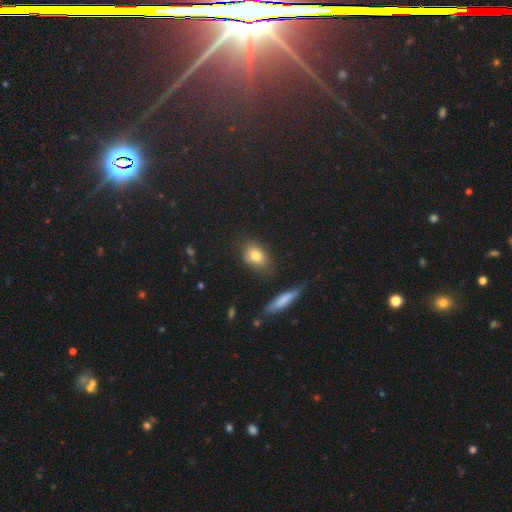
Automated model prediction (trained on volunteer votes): Smooth or featured: smooth — 80% (featured or disk — 10%)
How rounded: in between — 67% (round — 29%)
Merging: none — 77% (minor disturbance — 15%)